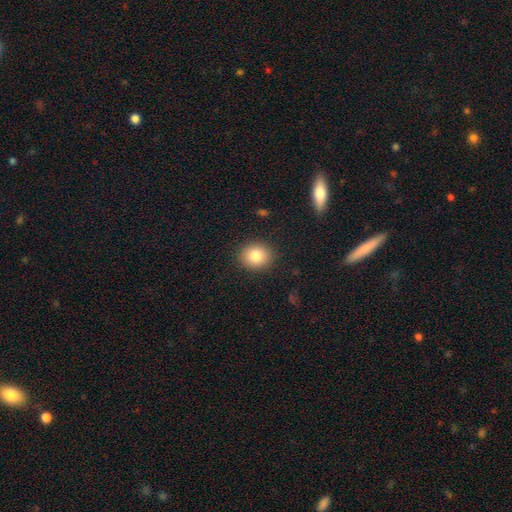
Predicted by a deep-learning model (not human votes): smooth-or-featured: smooth: 83% | star or artifact: 10% | featured or disk: 8%
  how-rounded: round: 76% | in between: 23% | cigar-shaped: 1%
  merging: none: 90% | minor disturbance: 7% | major disturbance: 2% | merger: 1%